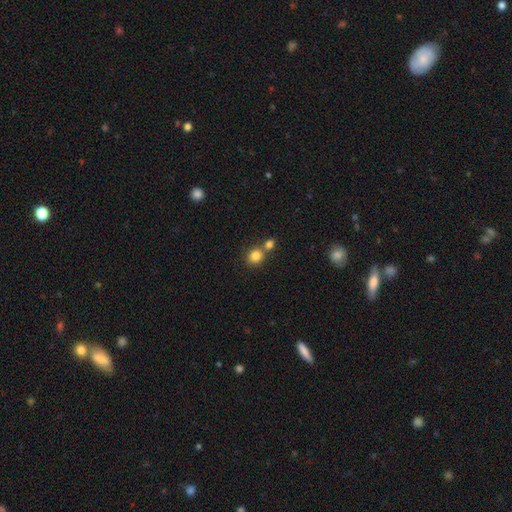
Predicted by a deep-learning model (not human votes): A smooth galaxy with no disk features (82%) that is round (78%). Merging: none (52%).